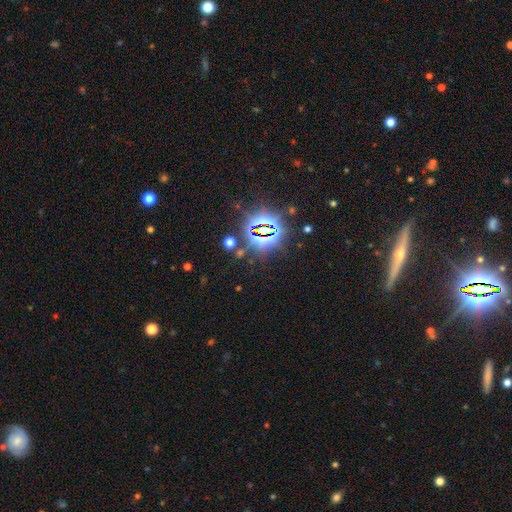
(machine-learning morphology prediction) star or artifact 73%, featured or disk 15%, smooth 11%.